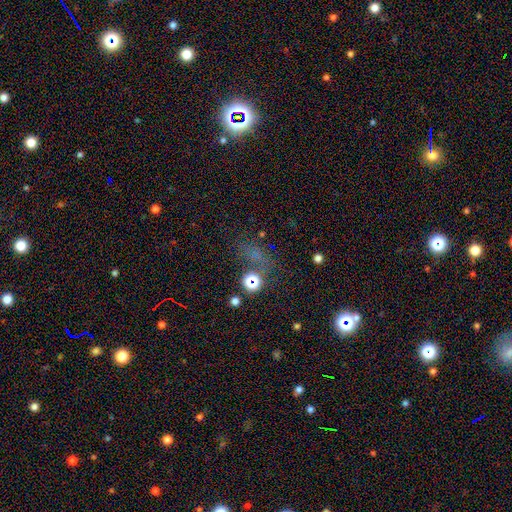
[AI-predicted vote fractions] smooth-or-featured: star or artifact: 48% | smooth: 41% | featured or disk: 11%